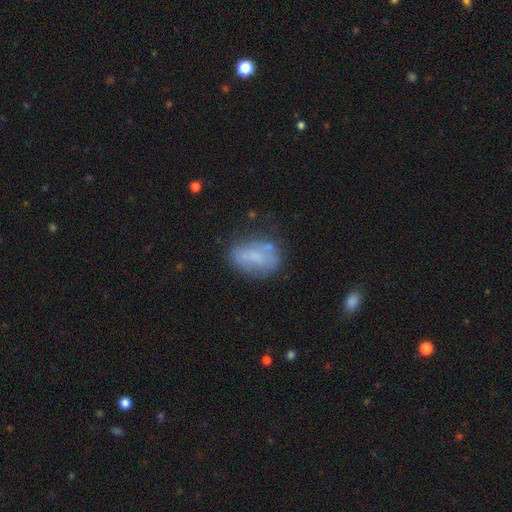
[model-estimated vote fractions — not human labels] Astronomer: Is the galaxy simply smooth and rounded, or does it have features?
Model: smooth — 59%.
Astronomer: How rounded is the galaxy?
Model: in between — 85%.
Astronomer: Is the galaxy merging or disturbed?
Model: none — 54%.